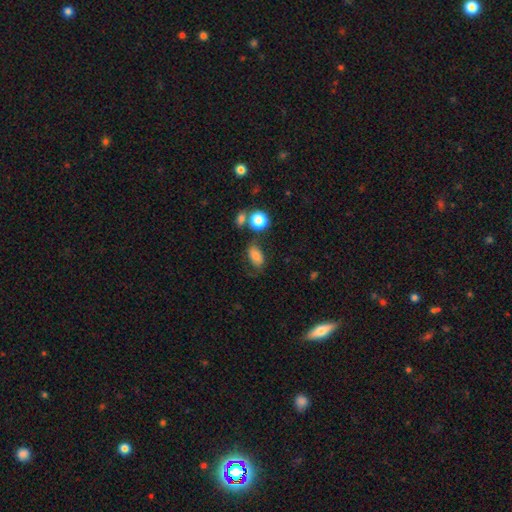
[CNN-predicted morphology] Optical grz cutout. It shows a smooth galaxy with no disk features (76%) that is in between round and cigar-shaped (85%). Merging: none (57%).